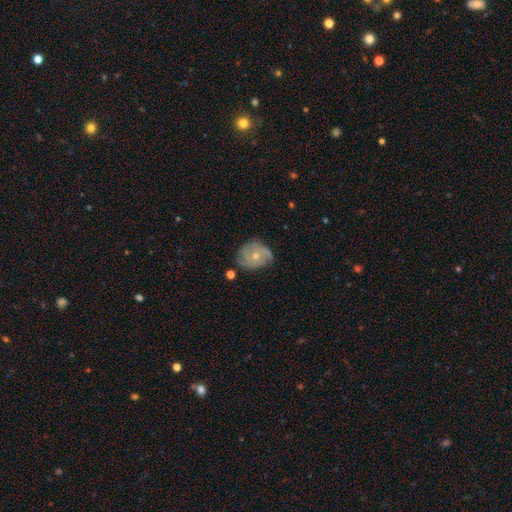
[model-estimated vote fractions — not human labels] smooth-or-featured: featured or disk: 65% | smooth: 27% | star or artifact: 8%
  disk-edge-on: no: 97% | yes: 3%
    bar: no: 83% | weak: 15% | strong: 2%
    has-spiral-arms: yes: 85% | no: 15%
      spiral-winding: tight: 47% | medium: 37% | loose: 15%
      spiral-arm-count: 3: 32% | can't tell: 28% | 2: 18% | 4: 12% | 1: 5% | more than 4: 5%
    bulge-size: small: 49% | moderate: 48% | large: 1% | none: 1% | dominant: 1%
  merging: none: 65% | minor disturbance: 25% | major disturbance: 7% | merger: 2%